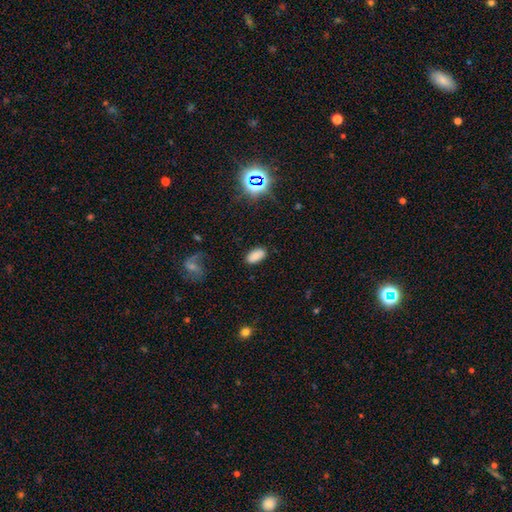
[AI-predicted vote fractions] This is likely a smooth galaxy (77%). How rounded: clearly in between (94%). Merging: clearly none (83%).